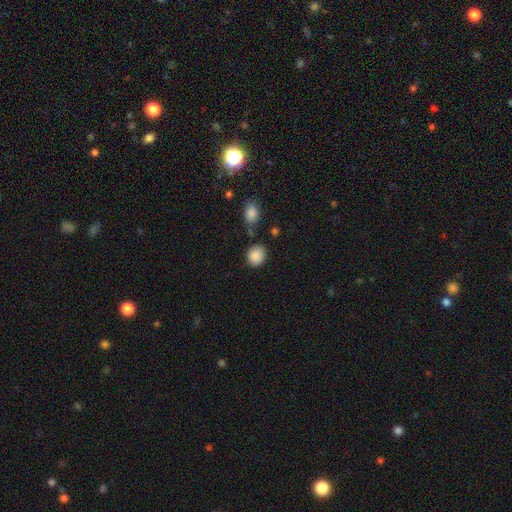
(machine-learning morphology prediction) A smooth galaxy with no disk features (88%) that is round (79%).

Vote fractions:
- Smooth or featured? smooth: 88% / star or artifact: 8% / featured or disk: 4%
- How rounded? round: 79% / in between: 19% / cigar-shaped: 1%
- Merging? none: 77% / minor disturbance: 14% / merger: 6% / major disturbance: 4%